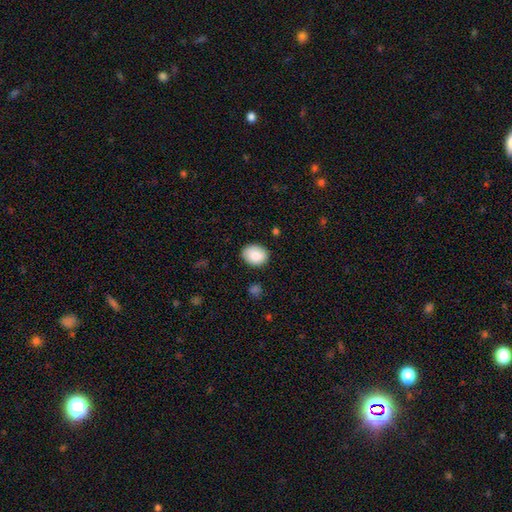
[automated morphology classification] smooth 87%, star or artifact 7%, featured or disk 6%. Down the decision tree: how rounded — in between (57%); merging — none (85%).